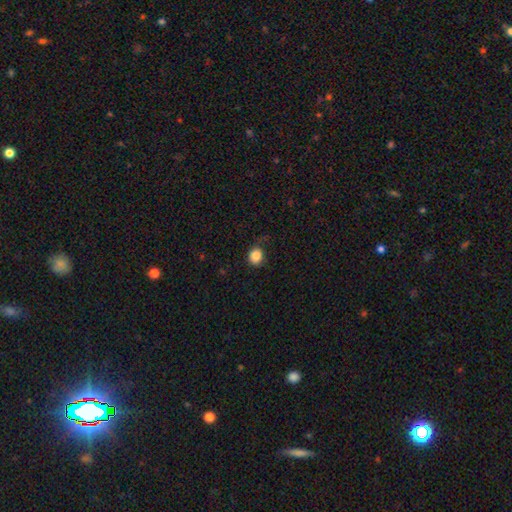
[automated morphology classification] This appears to be a smooth galaxy with no disk features (86%) that is round (70%). Merging: none (72%).